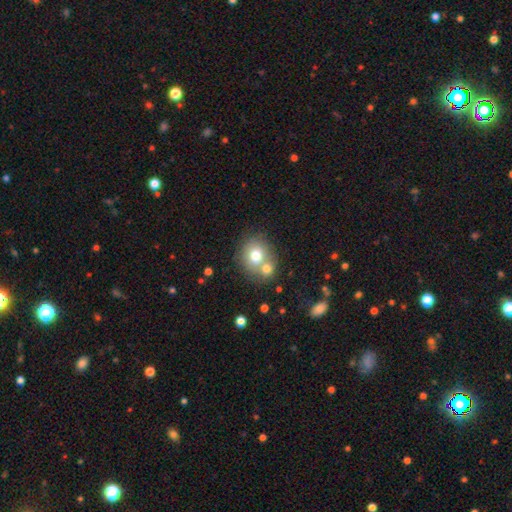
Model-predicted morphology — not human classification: This is likely a smooth galaxy (73%). How rounded: likely round (70%). Merging: possibly merger (46%).